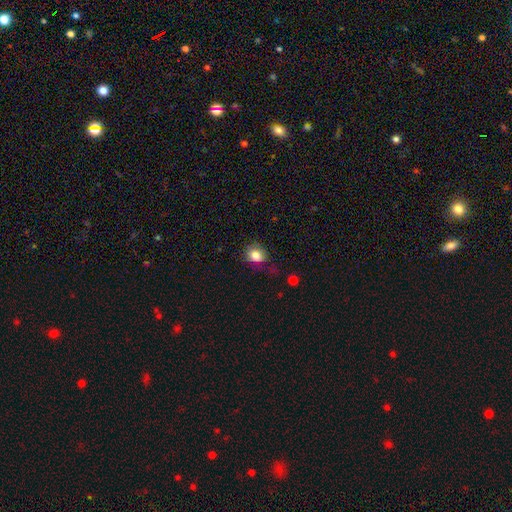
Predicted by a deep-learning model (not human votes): Q: Smooth or featured?
A: smooth (82%); runner-up: star or artifact (10%)
Q: How rounded?
A: round (54%); runner-up: in between (45%)
Q: Merging?
A: none (64%); runner-up: minor disturbance (24%)